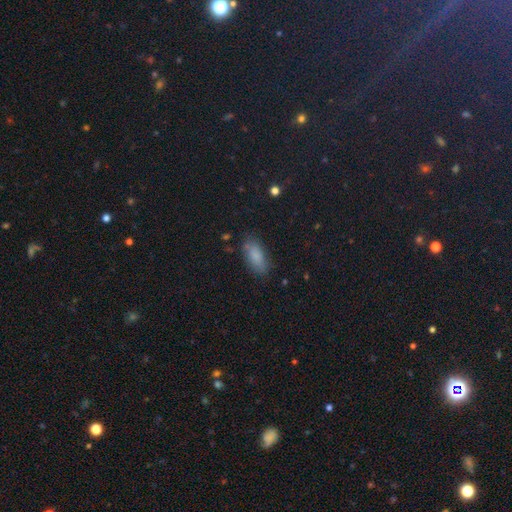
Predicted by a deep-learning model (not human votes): The model was most divided on "merging": none: 78%, minor disturbance: 15%, major disturbance: 4%, merger: 2%. More confident: how rounded — in between (83%); smooth or featured — smooth (82%).